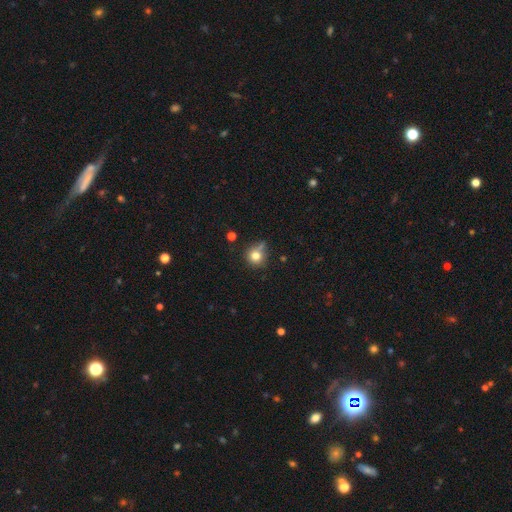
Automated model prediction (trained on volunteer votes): This appears to be a smooth galaxy with no disk features (78%) that is round (88%). Merging: none (60%).